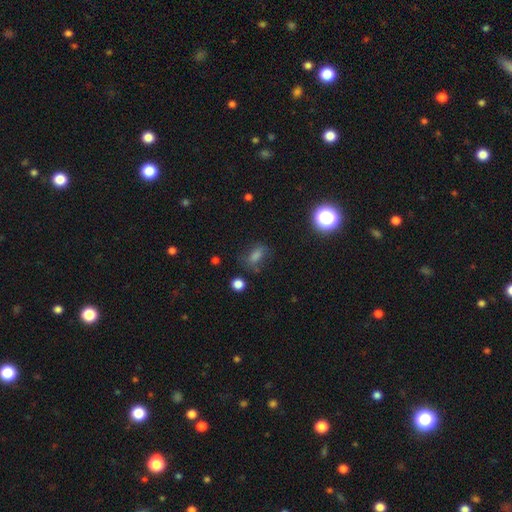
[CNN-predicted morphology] This appears to be a smooth galaxy with no disk features (61%) that is in between round and cigar-shaped (72%). Merging: none (67%).